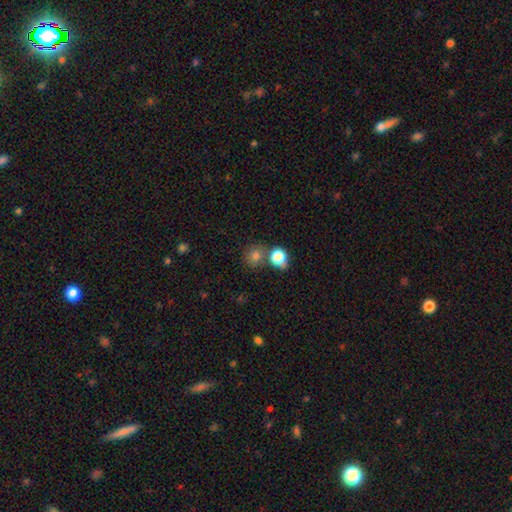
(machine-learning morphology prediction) A smooth galaxy with no disk features (78%) that is round (77%).

Vote fractions:
- Smooth or featured? smooth: 78% / star or artifact: 14% / featured or disk: 8%
- How rounded? round: 77% / in between: 22% / cigar-shaped: 1%
- Merging? none: 59% / merger: 26% / minor disturbance: 11% / major disturbance: 4%